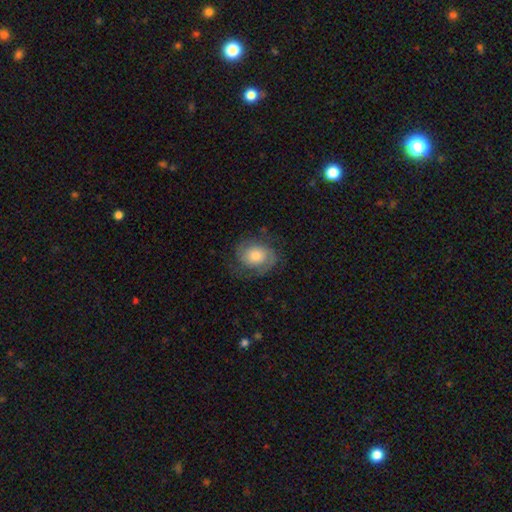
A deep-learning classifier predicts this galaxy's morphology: Smooth or featured: featured or disk — 63% (smooth — 30%)
Edge-on disk: no — 97% (yes — 3%)
Bar: no — 77% (weak — 19%)
Spiral arms: yes — 90% (no — 10%)
Spiral winding: tight — 48% (medium — 37%)
Spiral arm count: 2 — 72% (can't tell — 13%)
Bulge size: moderate — 50% (small — 27%)
Merging: none — 71% (minor disturbance — 18%)